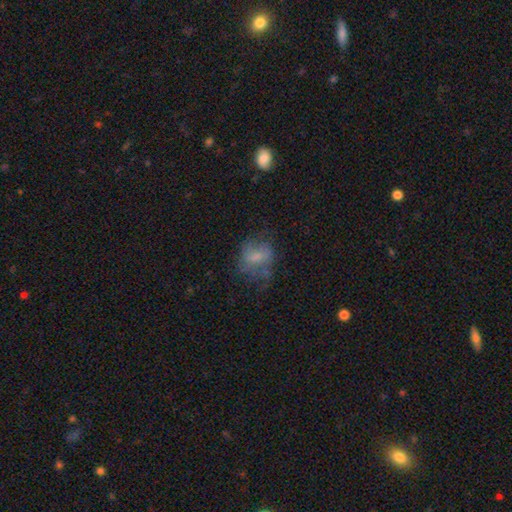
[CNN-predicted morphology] type=smooth (51%); roundness=in between (54%); merging=none (45%).